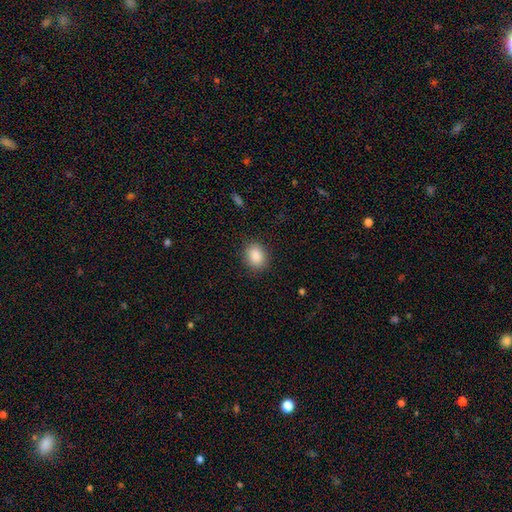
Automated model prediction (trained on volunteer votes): Q: Smooth or featured?
A: smooth (88%); runner-up: star or artifact (8%)
Q: How rounded?
A: in between (55%); runner-up: round (44%)
Q: Merging?
A: none (86%); runner-up: minor disturbance (10%)